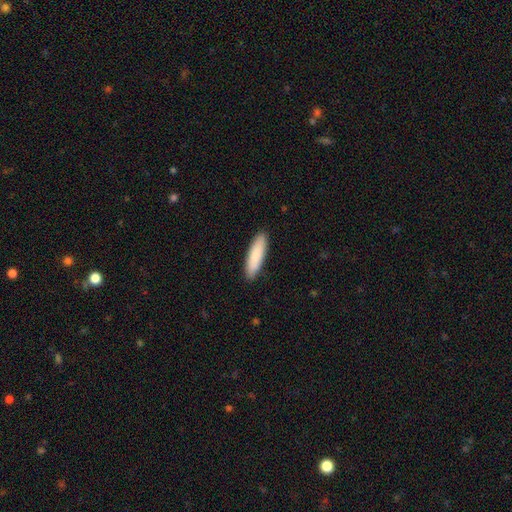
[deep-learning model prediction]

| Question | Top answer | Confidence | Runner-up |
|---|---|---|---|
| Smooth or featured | smooth | 86% | featured or disk (9%) |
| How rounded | cigar-shaped | 65% | in between (34%) |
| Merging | none | 90% | minor disturbance (8%) |